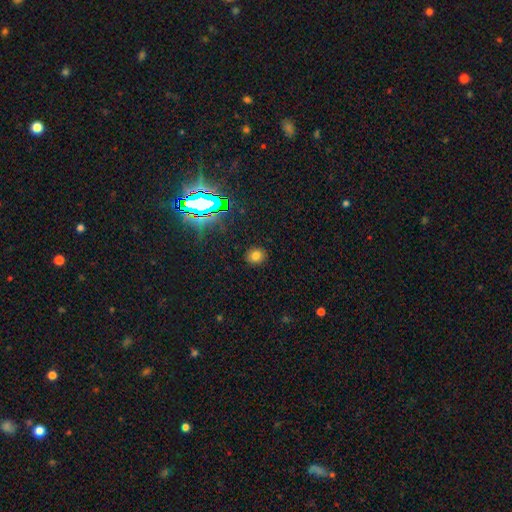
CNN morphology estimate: The model was most divided on "smooth or featured": smooth: 73%, star or artifact: 20%, featured or disk: 7%. More confident: merging — none (90%); how rounded — round (80%).